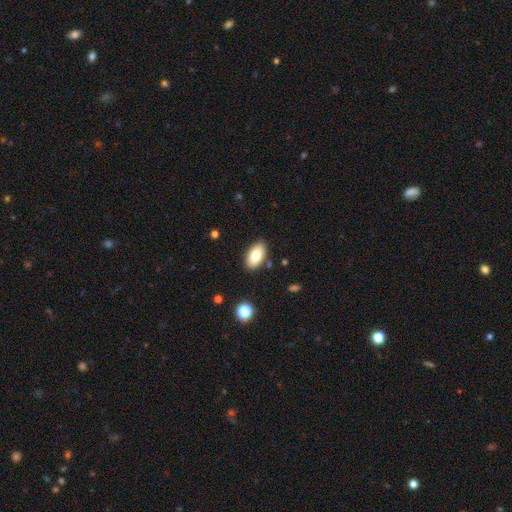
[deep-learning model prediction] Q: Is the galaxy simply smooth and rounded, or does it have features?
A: smooth — 79%.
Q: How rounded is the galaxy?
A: in between — 94%.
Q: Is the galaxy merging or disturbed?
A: none — 86%.